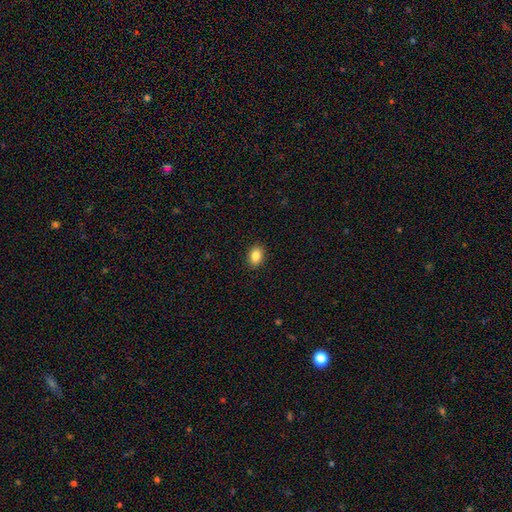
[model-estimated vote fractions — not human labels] Smooth or featured: smooth — 86% (star or artifact — 9%)
How rounded: in between — 72% (round — 27%)
Merging: none — 90% (minor disturbance — 7%)